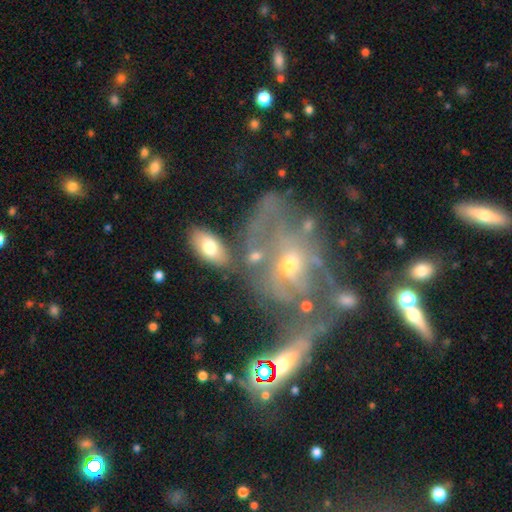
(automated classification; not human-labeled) Morphology: type=featured or disk (53%); edge-on=no (90%); merging=none (34%).